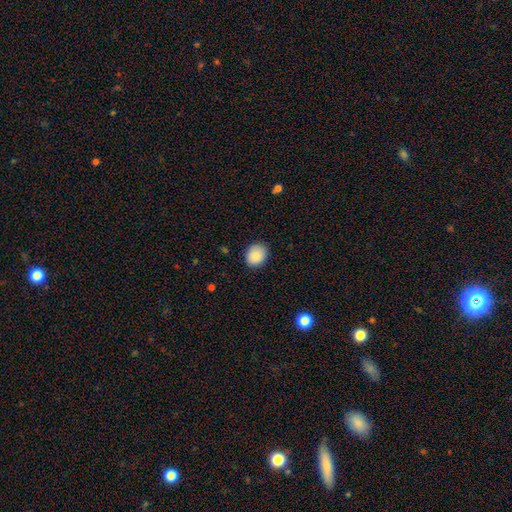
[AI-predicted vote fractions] Smooth or featured? smooth (88%)
How rounded? round (62%)
Merging? none (87%)